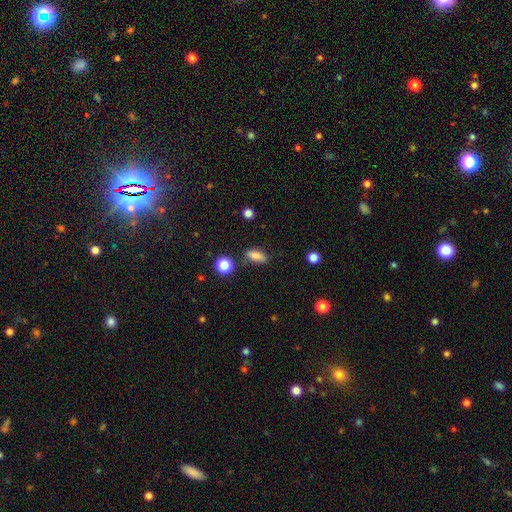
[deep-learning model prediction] Smooth or featured? Predicted: smooth (p=0.85). How rounded? Predicted: in between (p=0.74). Merging? Predicted: none (p=0.79).